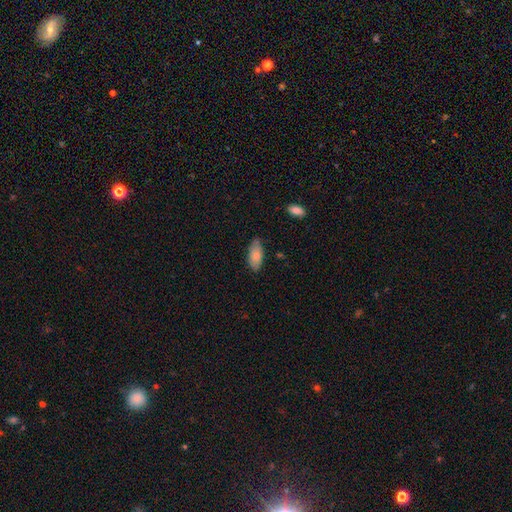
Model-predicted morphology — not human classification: smooth_or_featured: smooth (p=0.81) [alt: featured or disk p=0.12]
how_rounded: in between (p=0.88) [alt: cigar-shaped p=0.10]
merging: none (p=0.76) [alt: minor disturbance p=0.20]